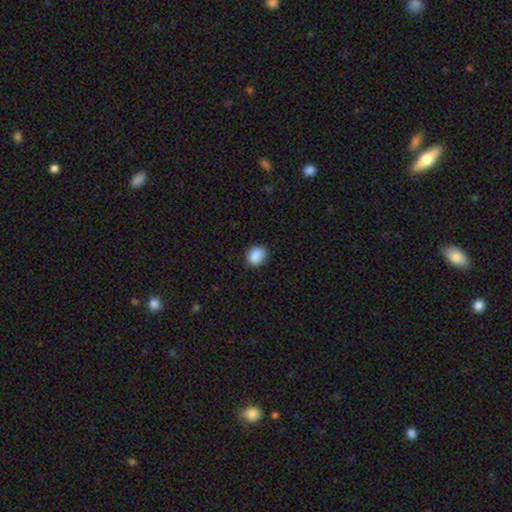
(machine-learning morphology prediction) type=smooth (89%); roundness=round (56%); merging=none (84%).